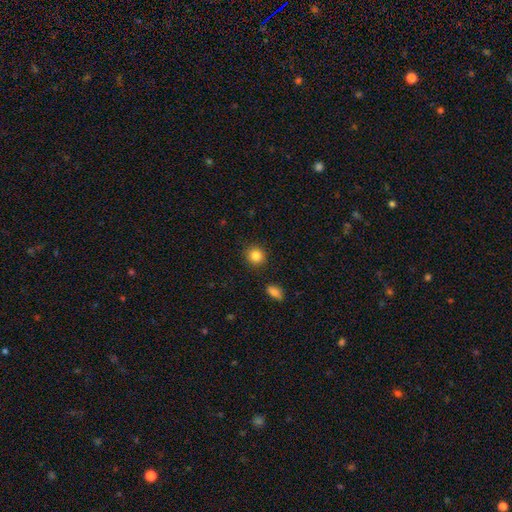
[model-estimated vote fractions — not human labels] smooth_or_featured: smooth (p=0.85) [alt: star or artifact p=0.10]
how_rounded: round (p=0.88) [alt: in between p=0.11]
merging: none (p=0.90) [alt: minor disturbance p=0.06]